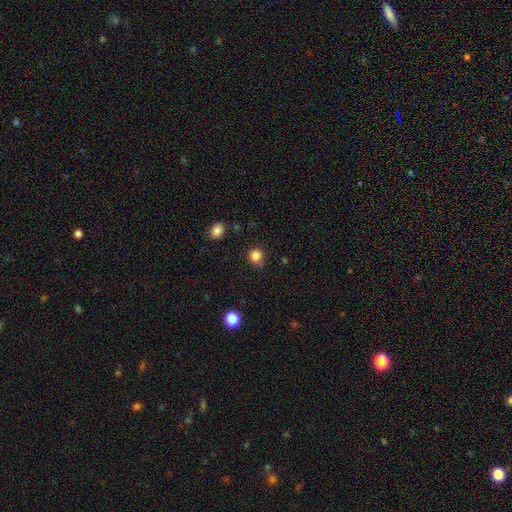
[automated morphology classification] This appears to be a smooth galaxy with no disk features (83%) that is round (83%). Merging: none (68%).